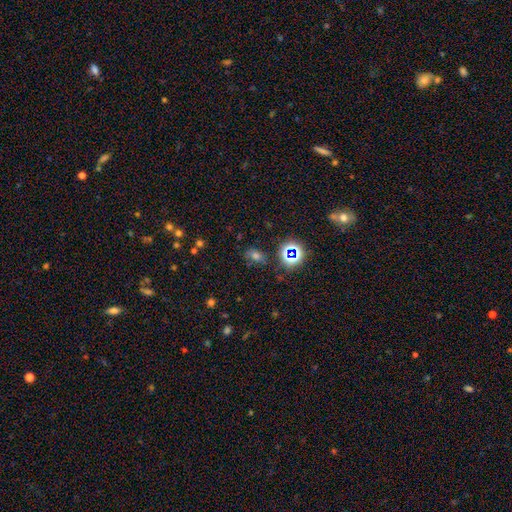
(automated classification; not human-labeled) Smooth or featured? smooth (47%)
Merging? none (77%)